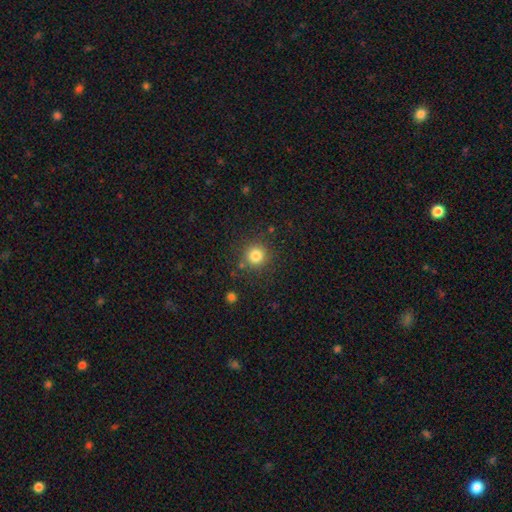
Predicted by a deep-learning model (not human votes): smooth_or_featured: smooth (p=0.82) [alt: star or artifact p=0.13]
how_rounded: round (p=0.93) [alt: in between p=0.06]
merging: none (p=0.86) [alt: minor disturbance p=0.08]